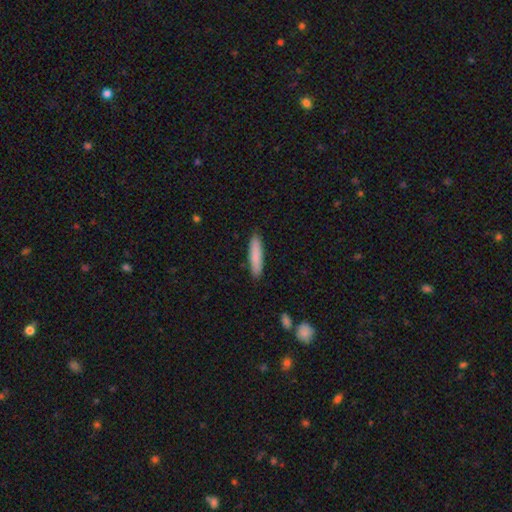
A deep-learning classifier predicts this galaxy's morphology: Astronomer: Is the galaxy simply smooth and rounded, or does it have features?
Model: smooth — 83%.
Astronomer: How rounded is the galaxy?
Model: cigar-shaped — 86%.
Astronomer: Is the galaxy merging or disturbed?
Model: none — 89%.